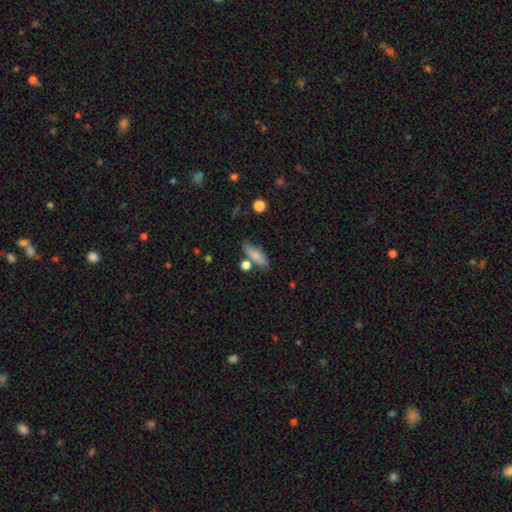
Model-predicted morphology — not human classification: Overall: smooth (76%). How rounded: in between (50%; cigar-shaped 45%). Merging: none (66%).